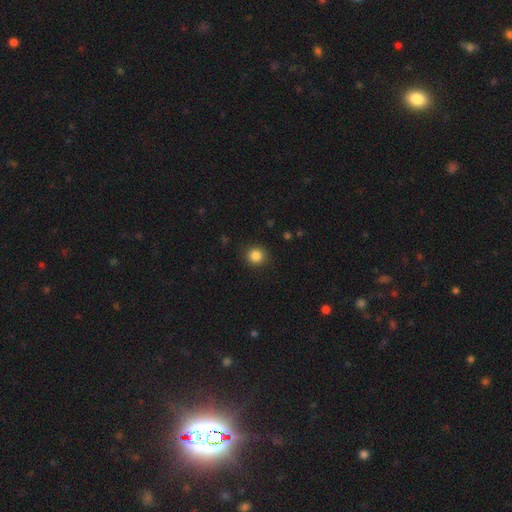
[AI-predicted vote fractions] A smooth galaxy with no disk features (85%) that is round (89%). Merging: none (90%).